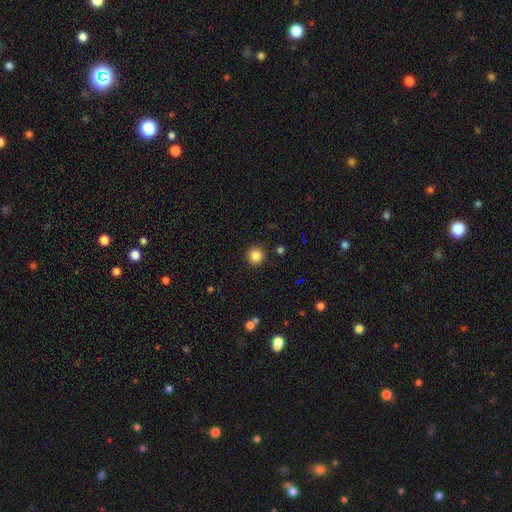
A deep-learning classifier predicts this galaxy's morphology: smooth 86%, star or artifact 11%, featured or disk 4%. Down the decision tree: how rounded — round (95%); merging — none (91%).